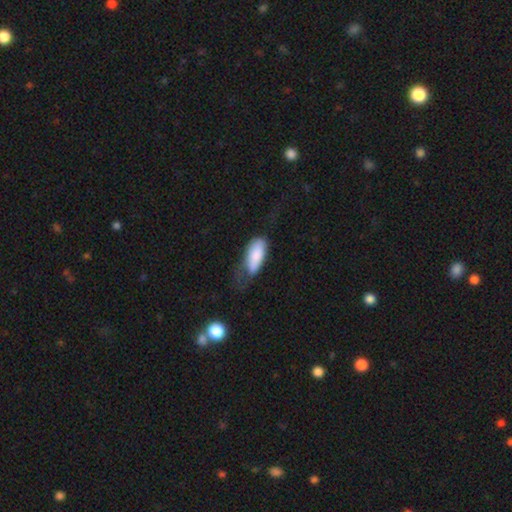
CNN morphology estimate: Smooth or featured? Predicted: smooth (p=0.82). How rounded? Predicted: in between (p=0.80). Merging? Predicted: minor disturbance (p=0.35).